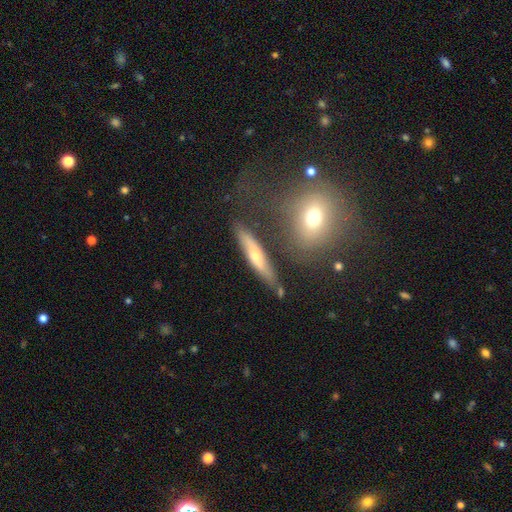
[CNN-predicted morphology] Smooth or featured? featured or disk (52%)
Edge-on disk? yes (76%)
Merging? none (75%)